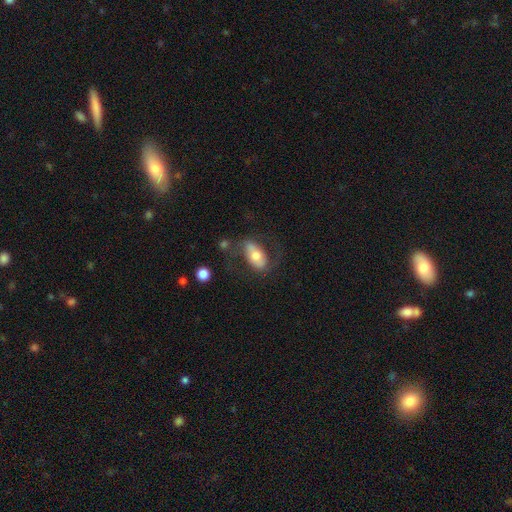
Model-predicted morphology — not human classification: type=smooth (53%); roundness=in between (90%); merging=none (55%).